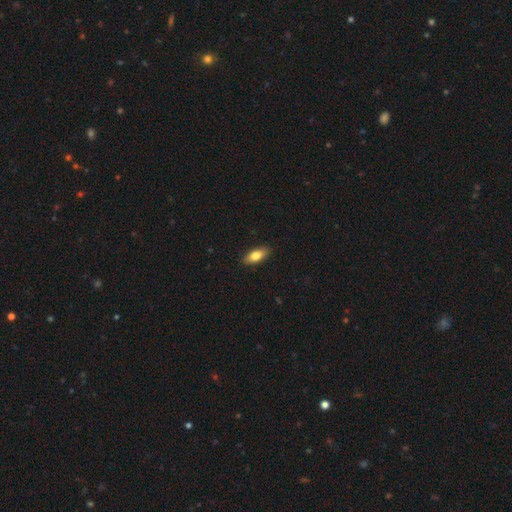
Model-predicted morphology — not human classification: Overall: smooth (79%). How rounded: in between (79%). Merging: none (88%).